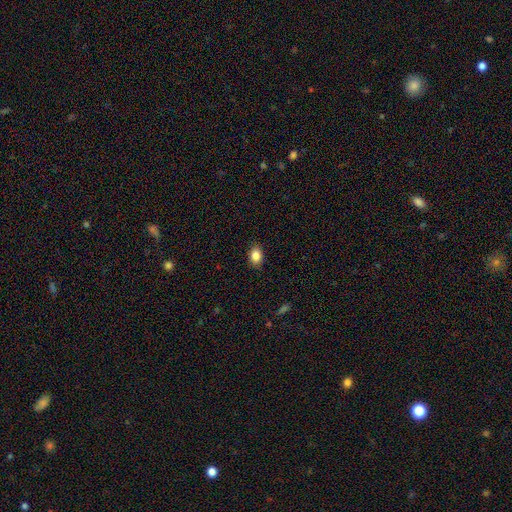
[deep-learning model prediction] Overall: smooth (86%). How rounded: in between (77%). Merging: none (87%).